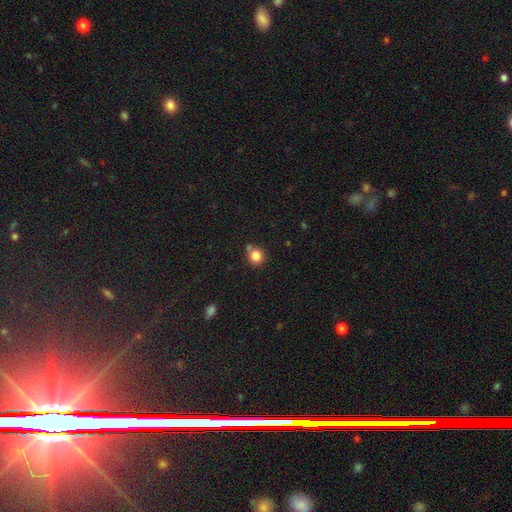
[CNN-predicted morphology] The model was most divided on "merging": none: 69%, minor disturbance: 15%, merger: 12%, major disturbance: 4%. More confident: how rounded — round (87%); smooth or featured — smooth (83%).